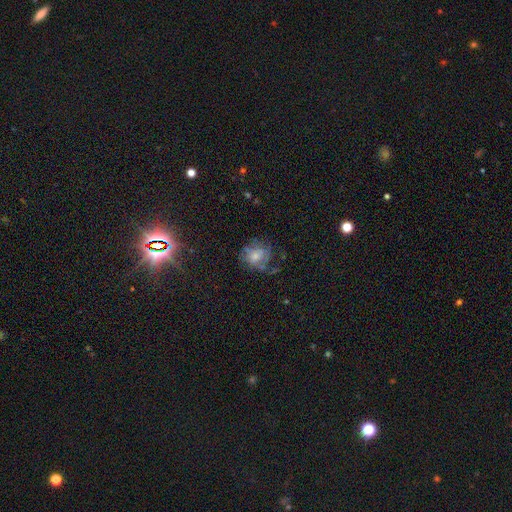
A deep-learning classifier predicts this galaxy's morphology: featured or disk 44%, smooth 42%, star or artifact 15%. Down the decision tree: merging — none (48%).